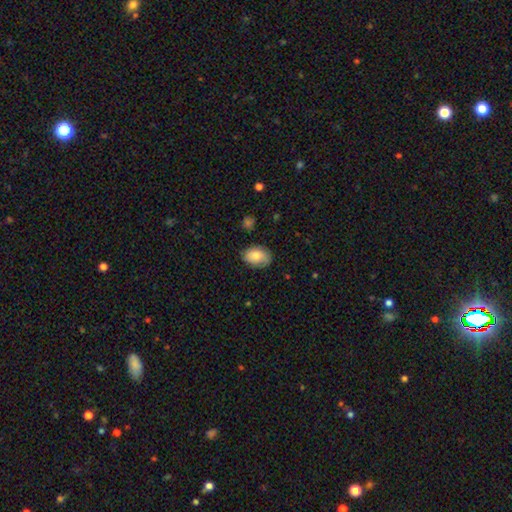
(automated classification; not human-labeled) smooth_or_featured: smooth (p=0.81) [alt: featured or disk p=0.13]
how_rounded: in between (p=0.83) [alt: round p=0.16]
merging: none (p=0.77) [alt: minor disturbance p=0.18]